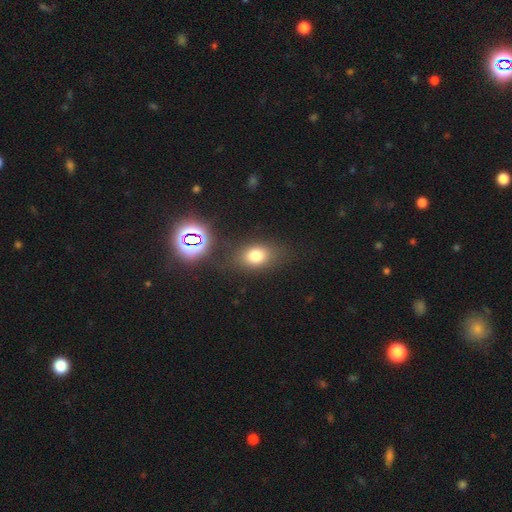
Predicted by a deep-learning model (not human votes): This is likely a smooth galaxy (74%). How rounded: likely in between (68%). Merging: likely none (75%).